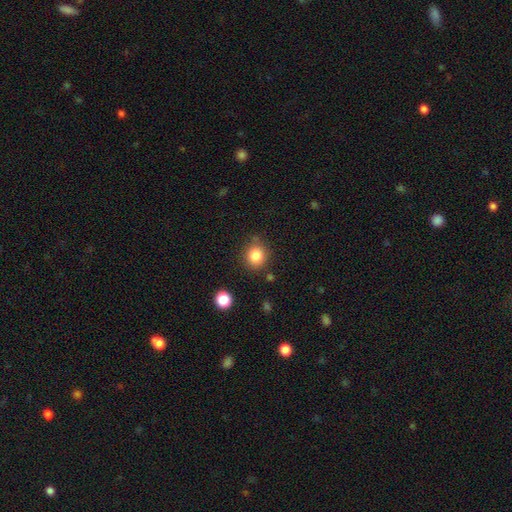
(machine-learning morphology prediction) Smooth or featured: smooth — 84% (star or artifact — 10%)
How rounded: round — 84% (in between — 15%)
Merging: none — 81% (minor disturbance — 11%)